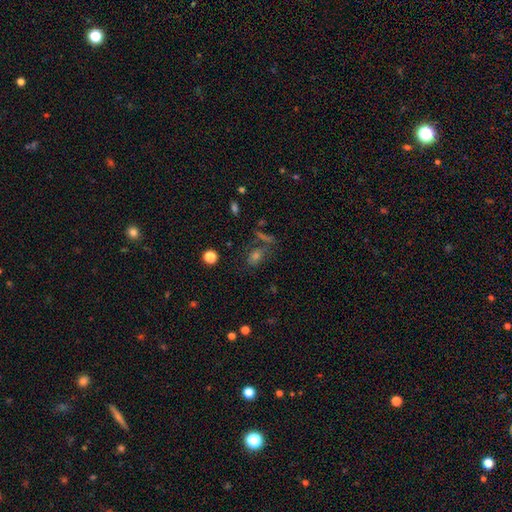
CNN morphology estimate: Smooth or featured? Predicted: smooth (p=0.49). Merging? Predicted: none (p=0.63).